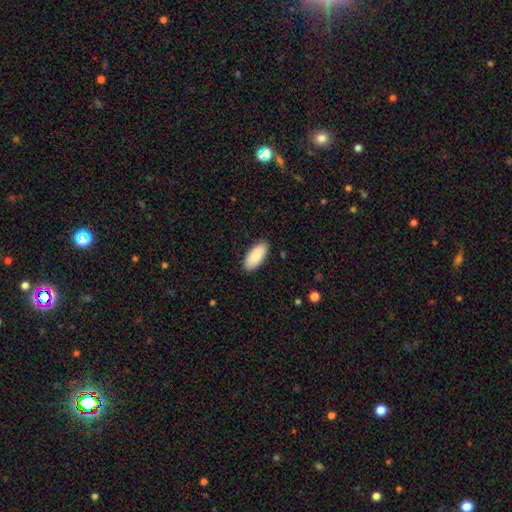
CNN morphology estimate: Q: Smooth or featured?
A: smooth (89%); runner-up: featured or disk (6%)
Q: How rounded?
A: in between (92%); runner-up: cigar-shaped (6%)
Q: Merging?
A: none (88%); runner-up: minor disturbance (9%)